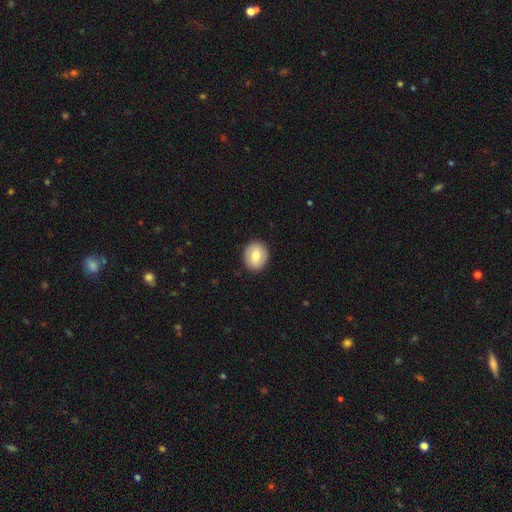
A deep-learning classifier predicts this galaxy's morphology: Smooth or featured? Predicted: smooth (p=0.73). How rounded? Predicted: round (p=0.64). Merging? Predicted: none (p=0.90).